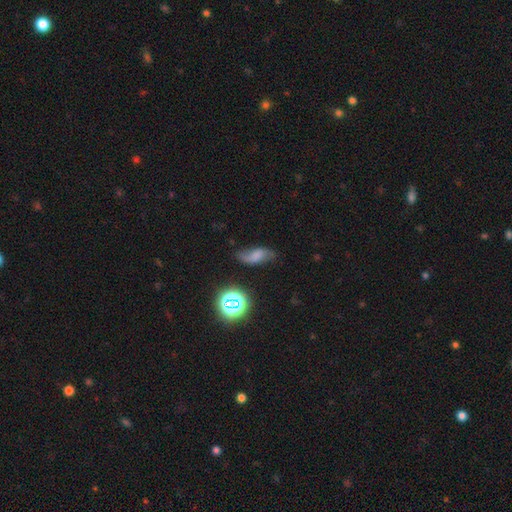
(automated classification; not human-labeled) This appears to be a smooth galaxy with no disk features (45%). Merging: none (64%).